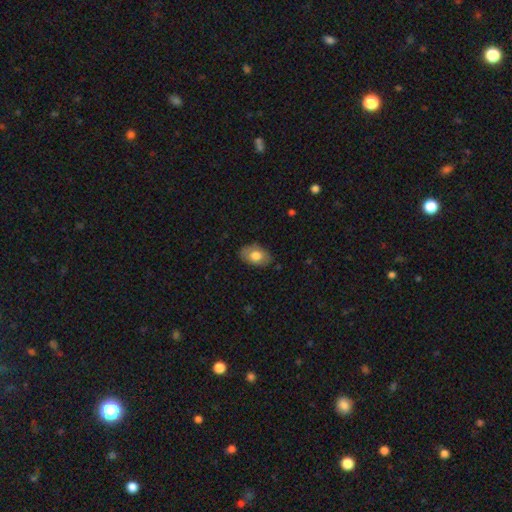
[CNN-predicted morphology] Smooth or featured? Predicted: smooth (p=0.75). How rounded? Predicted: in between (p=0.89). Merging? Predicted: none (p=0.83).